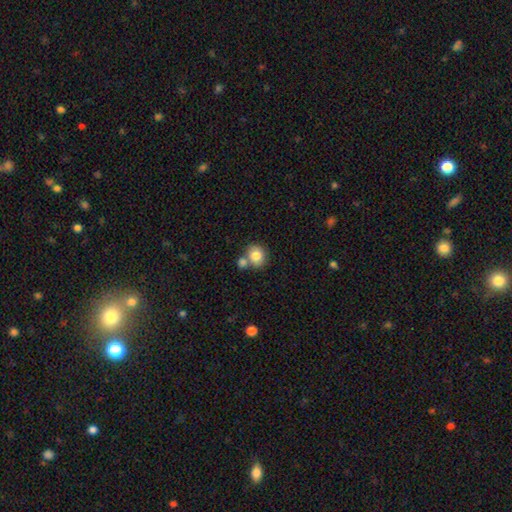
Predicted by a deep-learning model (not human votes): smooth_or_featured: smooth (p=0.80) [alt: featured or disk p=0.11]
how_rounded: round (p=0.79) [alt: in between p=0.20]
merging: none (p=0.55) [alt: merger p=0.32]